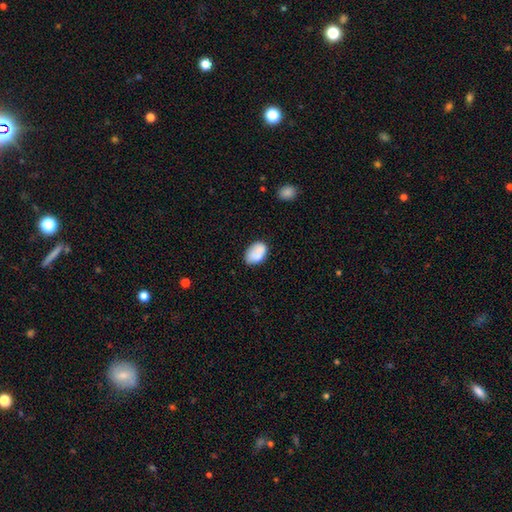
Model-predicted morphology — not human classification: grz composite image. It shows a smooth galaxy with no disk features (79%) that is in between round and cigar-shaped (85%). Merging: none (63%).